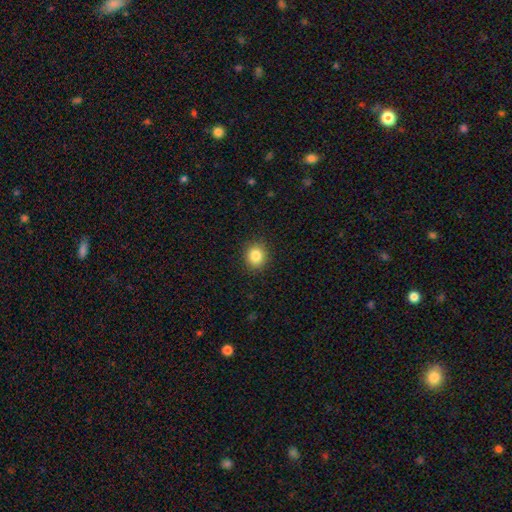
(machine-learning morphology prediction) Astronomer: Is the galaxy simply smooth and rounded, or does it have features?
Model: smooth — 84%.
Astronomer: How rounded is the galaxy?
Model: round — 82%.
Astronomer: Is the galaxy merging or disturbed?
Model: none — 91%.